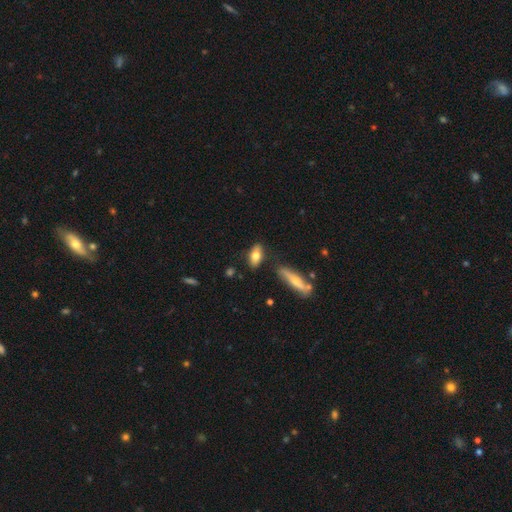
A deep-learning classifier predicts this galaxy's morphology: smooth 73%, featured or disk 20%, star or artifact 7%. Down the decision tree: how rounded — in between (81%); merging — none (79%).